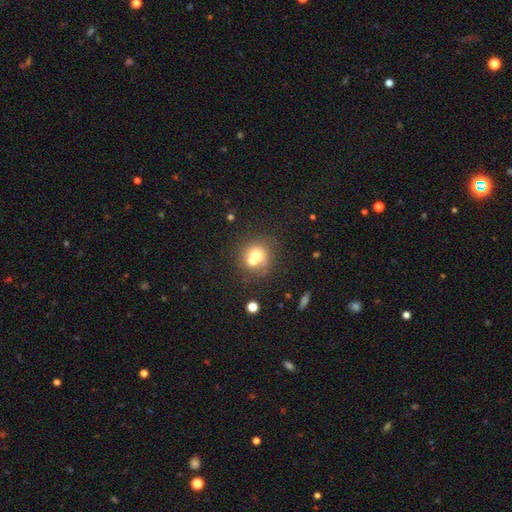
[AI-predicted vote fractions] A smooth galaxy with no disk features (66%) that is round (85%). Merging: merger (44%).